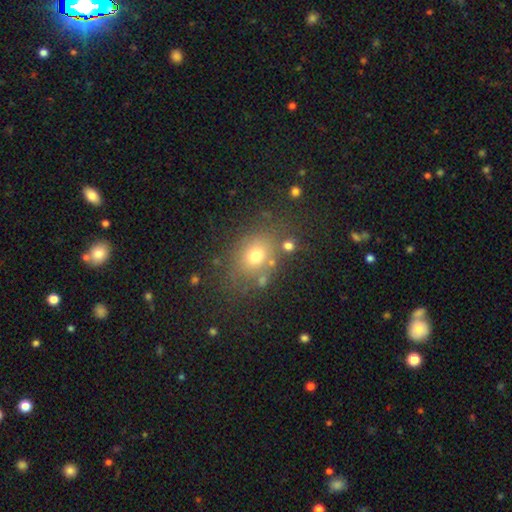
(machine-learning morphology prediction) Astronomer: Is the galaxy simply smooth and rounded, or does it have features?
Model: smooth — 70%.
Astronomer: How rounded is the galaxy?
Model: in between — 52% (runner-up: round, 47%).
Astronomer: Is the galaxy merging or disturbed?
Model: none — 74%.